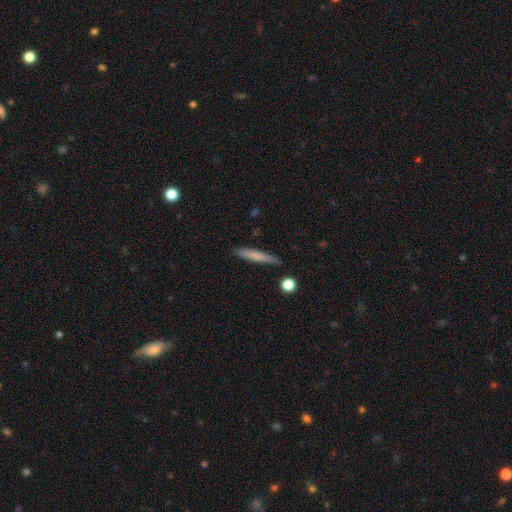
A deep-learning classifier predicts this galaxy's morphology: This appears to be a smooth galaxy with no disk features (73%) that is cigar-shaped (92%). Merging: none (83%).